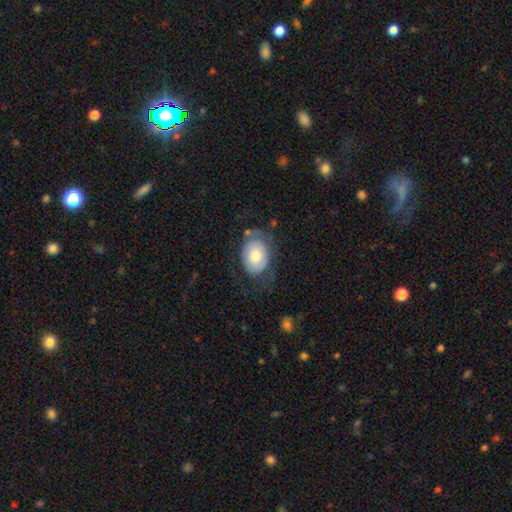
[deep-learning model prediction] The model was most divided on "merging": none: 50%, minor disturbance: 25%, major disturbance: 21%, merger: 3%. More confident: how rounded — in between (75%); smooth or featured — smooth (66%).